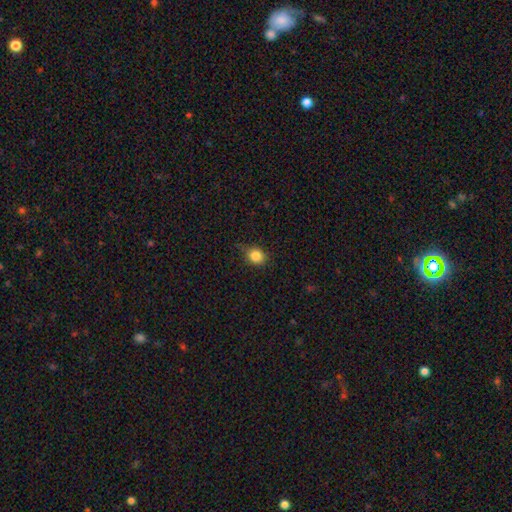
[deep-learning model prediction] smooth 83%, star or artifact 11%, featured or disk 6%. Down the decision tree: how rounded — round (71%); merging — none (71%).